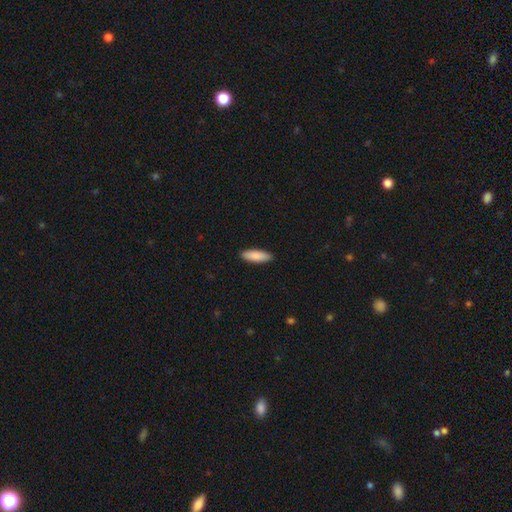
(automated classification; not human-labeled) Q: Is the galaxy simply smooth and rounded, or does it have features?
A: smooth — 88%.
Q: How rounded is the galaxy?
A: in between — 54%.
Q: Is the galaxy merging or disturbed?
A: none — 91%.